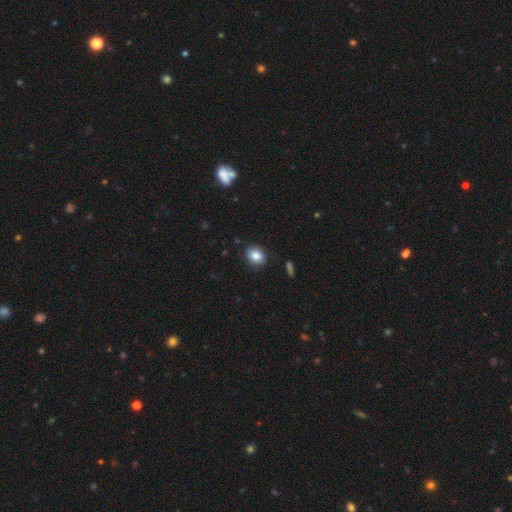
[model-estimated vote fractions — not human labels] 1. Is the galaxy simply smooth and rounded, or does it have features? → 84% smooth, 9% star or artifact, 7% featured or disk.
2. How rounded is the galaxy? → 52% in between, 47% round, 1% cigar-shaped.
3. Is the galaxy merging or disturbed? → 86% none, 10% minor disturbance, 2% major disturbance, 1% merger.